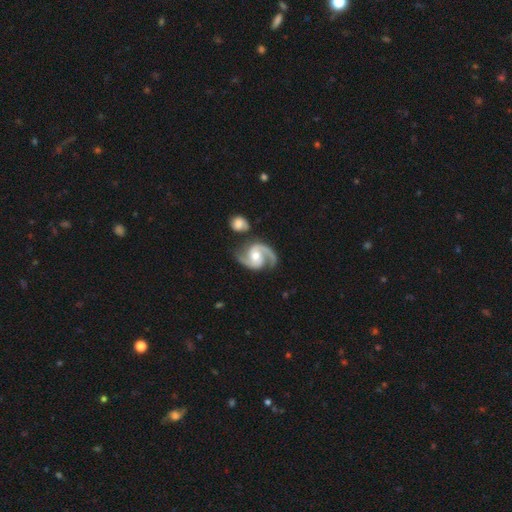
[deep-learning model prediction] A featured or disk galaxy (92%) with no bar (50%), 2 (93%) medium (62%) spiral arms (98%) and a moderate central bulge (67%). Merging: none (72%).